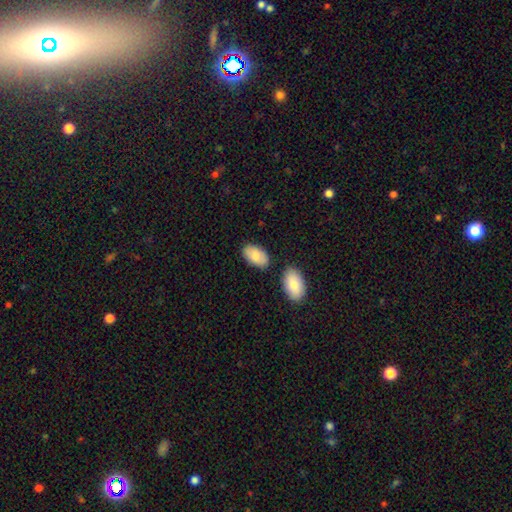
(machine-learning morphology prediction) Smooth or featured?
  - smooth: 82% *
  - featured or disk: 13%
  - star or artifact: 6%
How rounded?
  - in between: 94% *
  - round: 4%
  - cigar-shaped: 2%
Merging?
  - none: 73% *
  - minor disturbance: 15%
  - merger: 9%
  - major disturbance: 3%